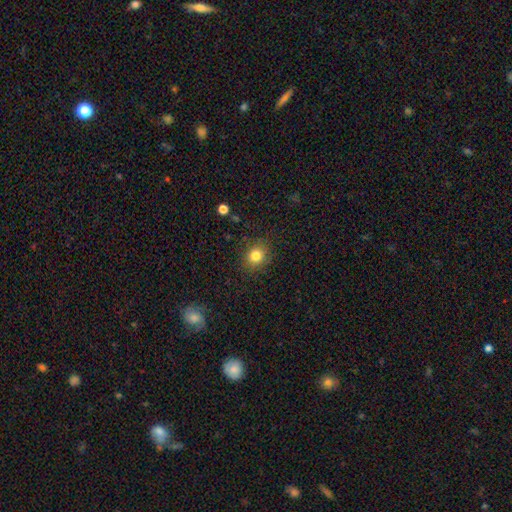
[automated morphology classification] smooth_or_featured: smooth (p=0.82) [alt: star or artifact p=0.11]
how_rounded: round (p=0.74) [alt: in between p=0.25]
merging: none (p=0.86) [alt: minor disturbance p=0.10]